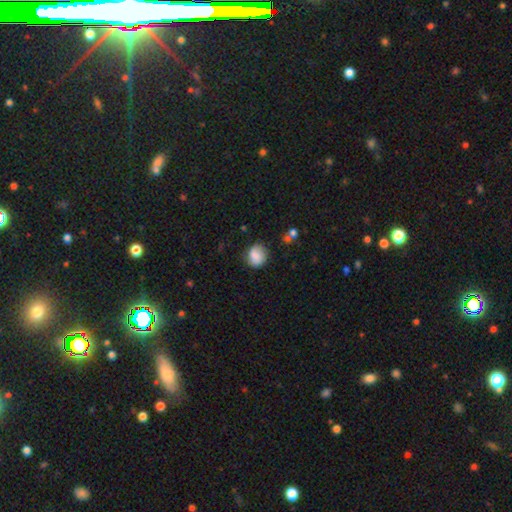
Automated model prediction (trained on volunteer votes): smooth_or_featured: smooth (p=0.81) [alt: featured or disk p=0.11]
how_rounded: round (p=0.73) [alt: in between p=0.26]
merging: none (p=0.70) [alt: minor disturbance p=0.21]